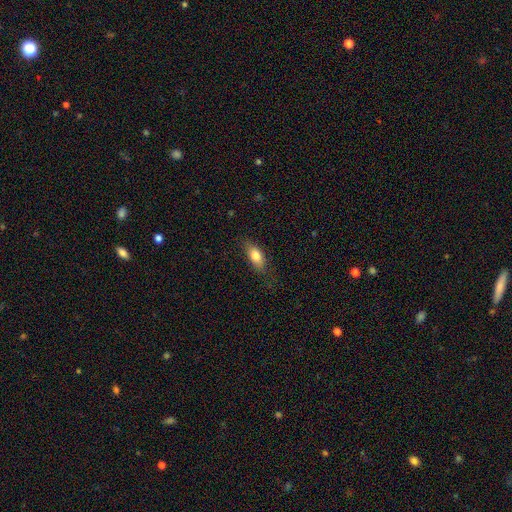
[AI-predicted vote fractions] smooth-or-featured: smooth: 79% | featured or disk: 13% | star or artifact: 7%
  how-rounded: in between: 83% | cigar-shaped: 13% | round: 5%
  merging: none: 74% | minor disturbance: 19% | major disturbance: 6% | merger: 1%